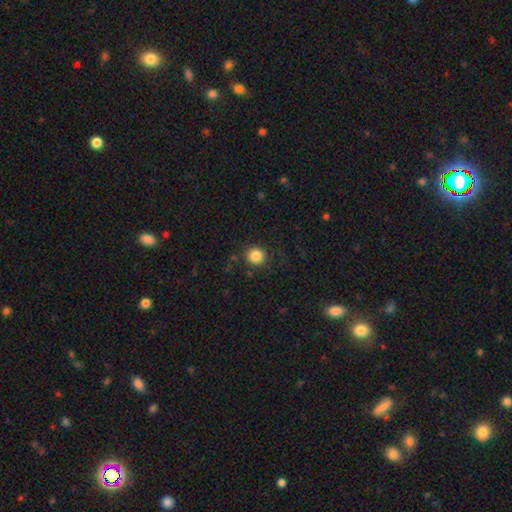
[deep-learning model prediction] A smooth galaxy with no disk features (85%) that is round (93%). Merging: none (88%).